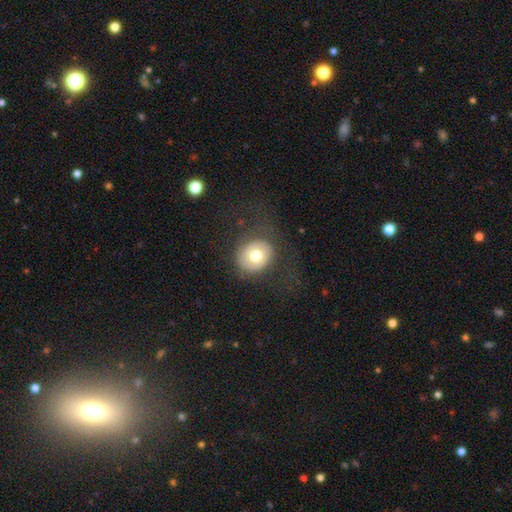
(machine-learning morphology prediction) Smooth or featured: smooth — 59% (featured or disk — 33%)
How rounded: round — 70% (in between — 29%)
Merging: none — 68% (minor disturbance — 16%)